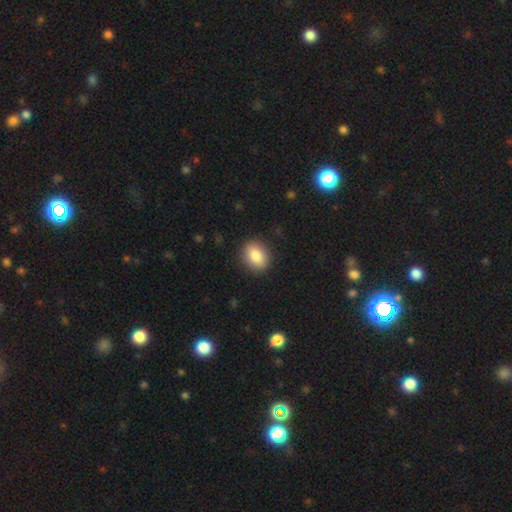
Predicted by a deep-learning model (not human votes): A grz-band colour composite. It shows a smooth galaxy with no disk features (85%) that is in between round and cigar-shaped (54%). Merging: none (89%).